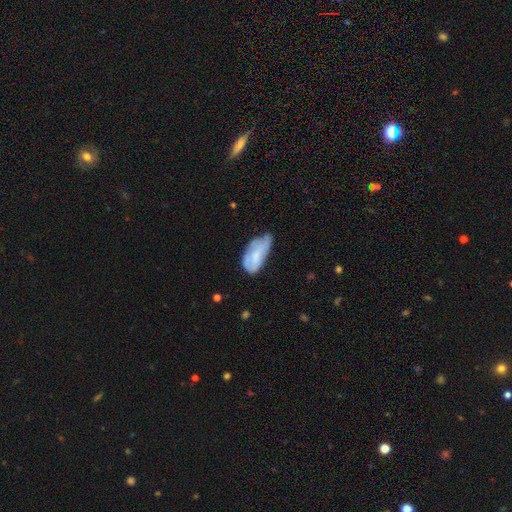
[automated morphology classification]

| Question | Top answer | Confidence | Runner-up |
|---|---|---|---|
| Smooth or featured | smooth | 57% | featured or disk (36%) |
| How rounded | in between | 90% | cigar-shaped (7%) |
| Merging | minor disturbance | 45% | none (30%) |